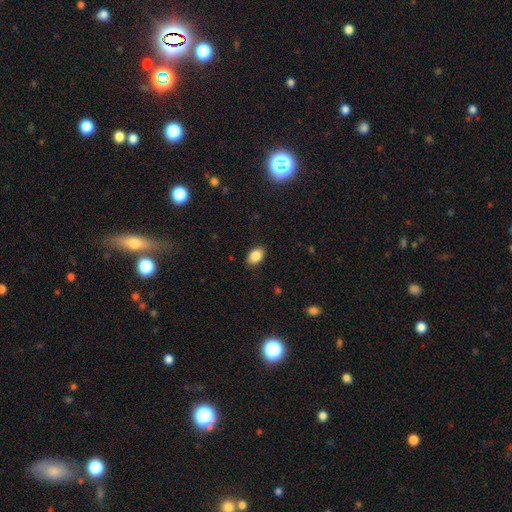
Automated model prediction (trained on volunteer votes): smooth-or-featured: smooth: 87% | star or artifact: 8% | featured or disk: 5%
  how-rounded: in between: 85% | round: 14% | cigar-shaped: 1%
  merging: none: 88% | minor disturbance: 9% | major disturbance: 2% | merger: 1%